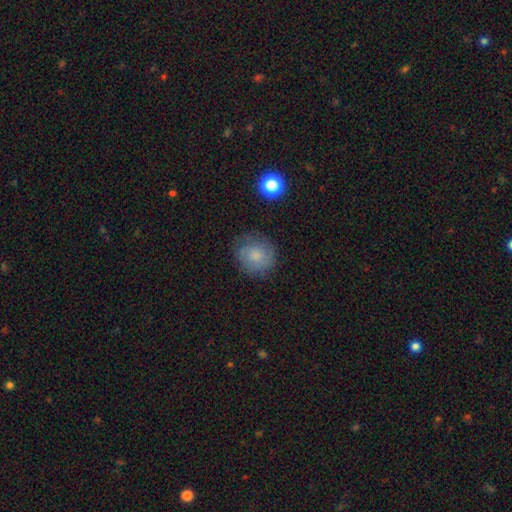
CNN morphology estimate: A smooth galaxy with no disk features (65%) that is round (83%). Merging: none (71%).